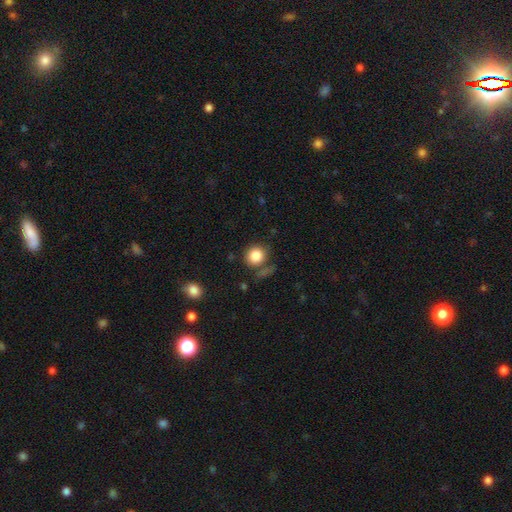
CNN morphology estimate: A smooth galaxy with no disk features (84%) that is round (85%). Merging: none (72%).